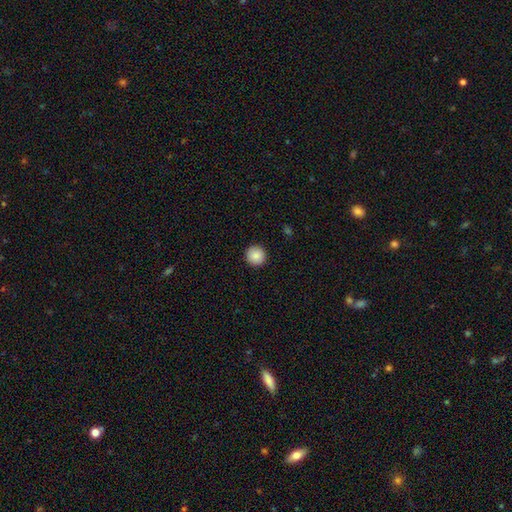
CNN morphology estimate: A smooth galaxy with no disk features (87%) that is round (96%). Merging: none (93%).